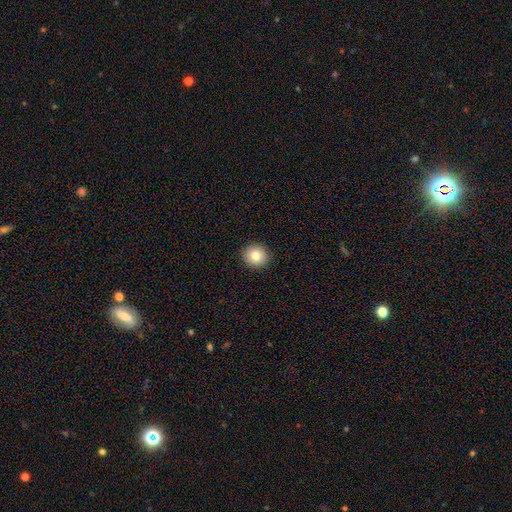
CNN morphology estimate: smooth-or-featured: smooth: 80% | featured or disk: 10% | star or artifact: 10%
  how-rounded: round: 90% | in between: 10% | cigar-shaped: 1%
  merging: none: 92% | minor disturbance: 5% | major disturbance: 2% | merger: 1%